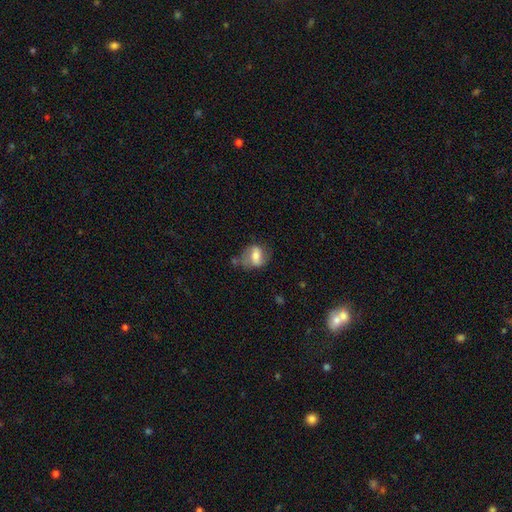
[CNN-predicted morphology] smooth 52%, featured or disk 40%, star or artifact 8%. Down the decision tree: how rounded — in between (66%); merging — none (53%).